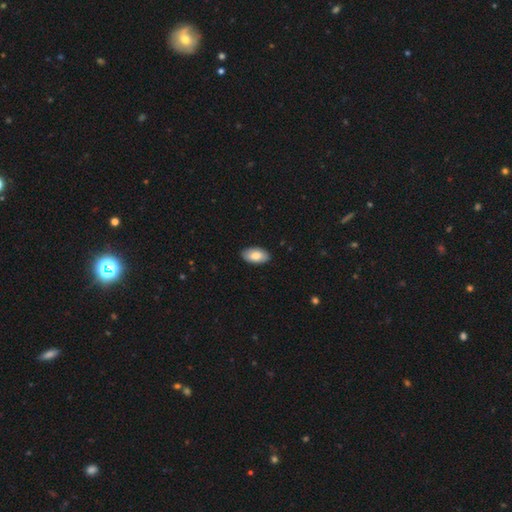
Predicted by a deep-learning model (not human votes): Overall: smooth (81%). How rounded: in between (95%). Merging: none (89%).